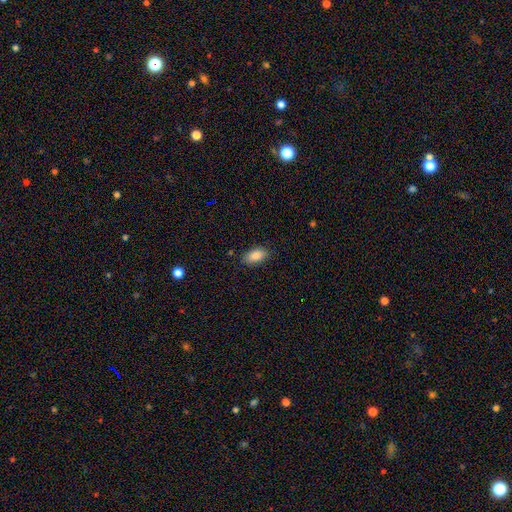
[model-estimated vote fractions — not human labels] Smooth or featured? Predicted: smooth (p=0.87). How rounded? Predicted: in between (p=0.92). Merging? Predicted: none (p=0.84).